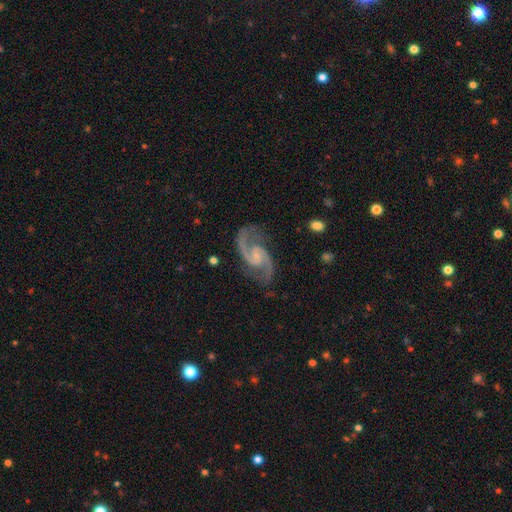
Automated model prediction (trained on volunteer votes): Morphology: type=featured or disk (93%); edge-on=no (98%); bar=no (48%); spiral arms=yes (98%); winding=medium (63%); arm count=2 (94%); bulge=small (65%); merging=none (78%).